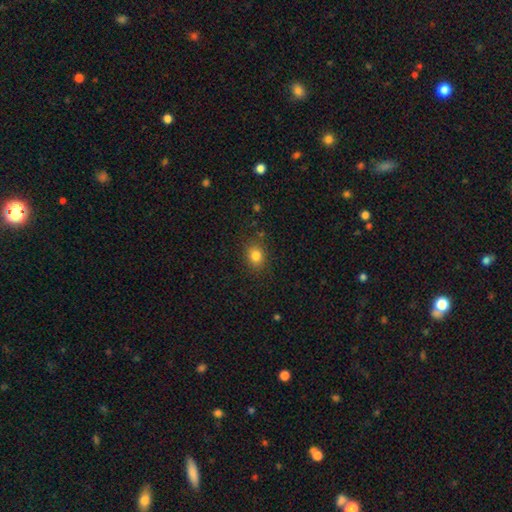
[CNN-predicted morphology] This is clearly a smooth galaxy (83%). How rounded: possibly round (53%). Merging: clearly none (84%).